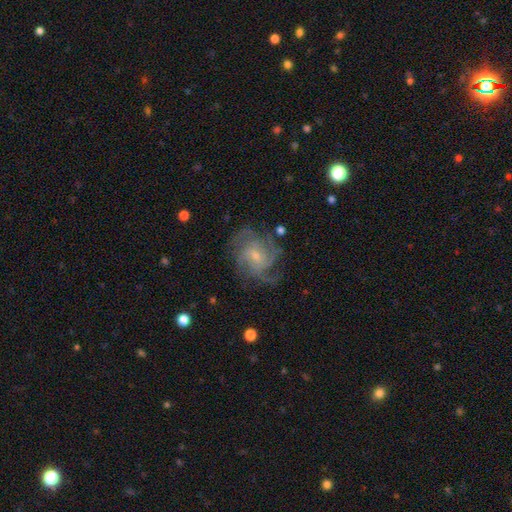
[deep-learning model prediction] This is clearly a featured or disk galaxy (83%). It is clearly not viewed edge-on (98%). Bar: possibly no (55%). Spiral arm pattern: clearly yes (96%). Spiral arm count: marginally 4 (31%). Spiral winding: possibly tight (46%). Central bulge: likely small (64%). Merging: likely none (72%).